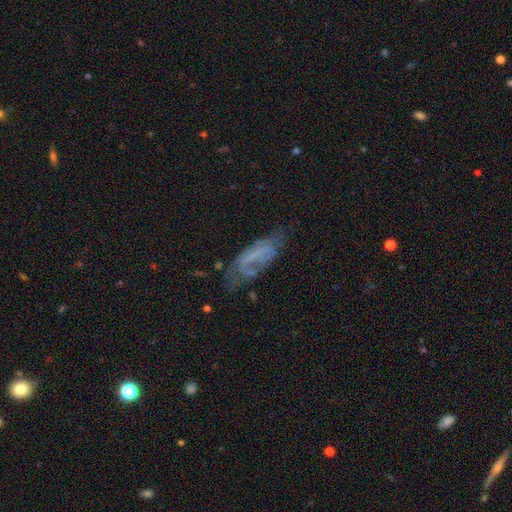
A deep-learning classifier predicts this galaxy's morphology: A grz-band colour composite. It shows a featured or disk galaxy (52%). Merging: none (44%).